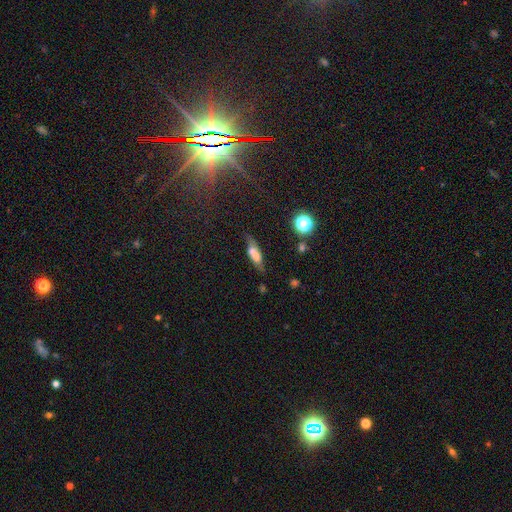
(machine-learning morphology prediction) Smooth or featured? Predicted: smooth (p=0.53). How rounded? Predicted: cigar-shaped (p=0.55). Merging? Predicted: none (p=0.60).